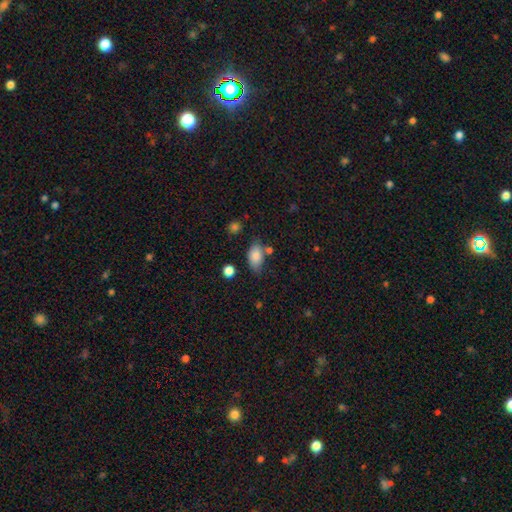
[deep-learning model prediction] This appears to be a smooth galaxy with no disk features (83%) that is in between round and cigar-shaped (89%). Merging: none (64%).